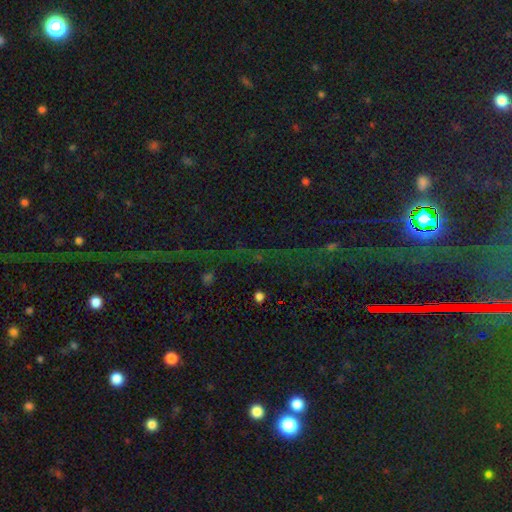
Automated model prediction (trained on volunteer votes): Q: Smooth or featured?
A: star or artifact (82%); runner-up: smooth (9%)